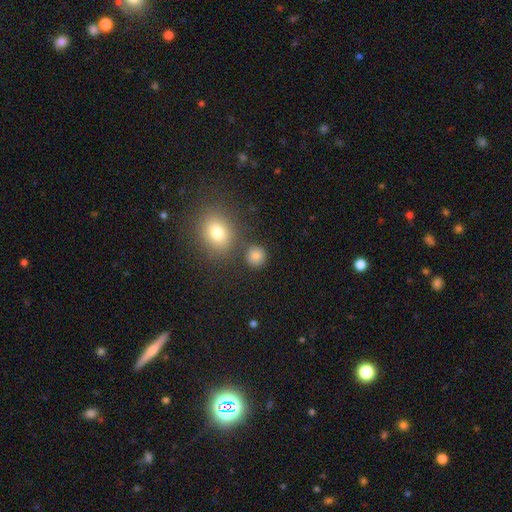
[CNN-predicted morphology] The model was most divided on "smooth or featured": smooth: 82%, star or artifact: 12%, featured or disk: 6%. More confident: how rounded — round (89%); merging — none (82%).